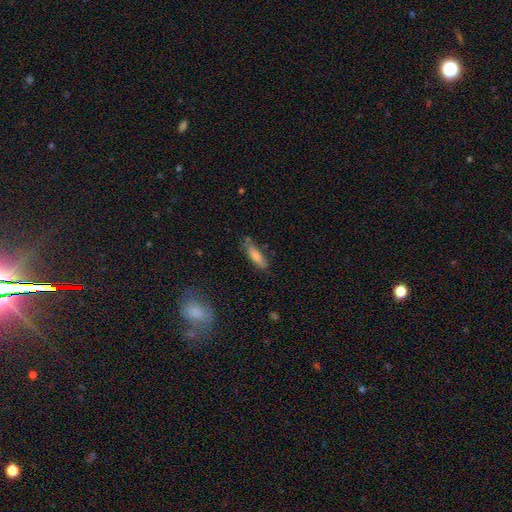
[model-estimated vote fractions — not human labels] A smooth galaxy with no disk features (70%) that is cigar-shaped (61%).

Vote fractions:
- Smooth or featured? smooth: 70% / featured or disk: 22% / star or artifact: 8%
- How rounded? cigar-shaped: 61% / in between: 37% / round: 2%
- Merging? none: 74% / minor disturbance: 19% / major disturbance: 4% / merger: 3%